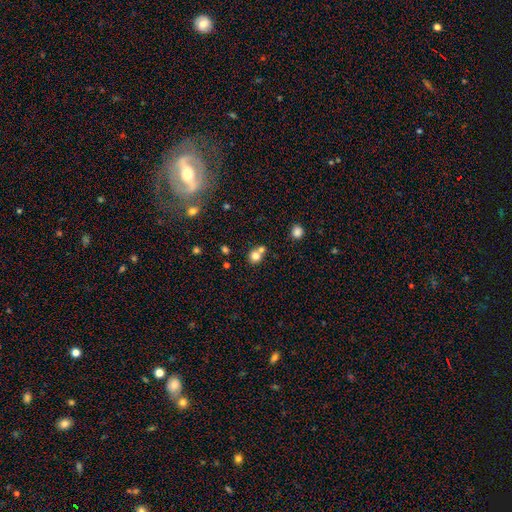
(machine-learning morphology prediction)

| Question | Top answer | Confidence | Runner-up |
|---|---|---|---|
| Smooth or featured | smooth | 78% | star or artifact (13%) |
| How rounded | round | 85% | in between (14%) |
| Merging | none | 50% | merger (40%) |